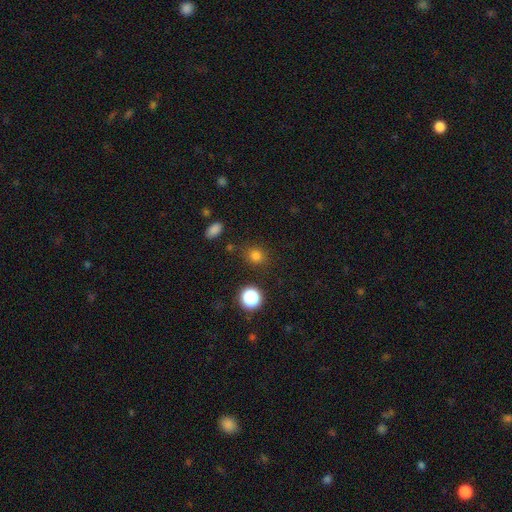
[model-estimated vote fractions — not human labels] smooth 78%, star or artifact 17%, featured or disk 5%. Down the decision tree: how rounded — round (77%); merging — none (83%).